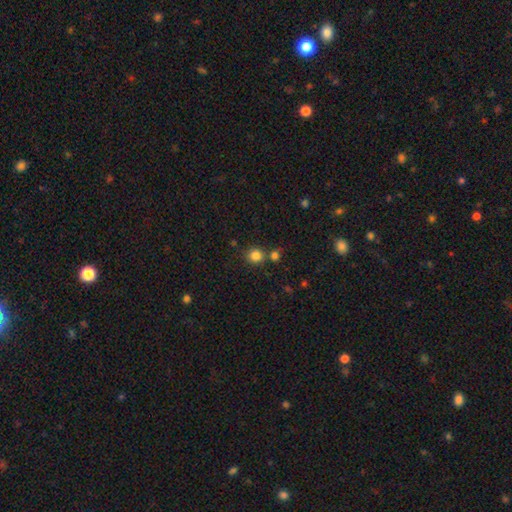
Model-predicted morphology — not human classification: Smooth or featured?
  - smooth: 83% *
  - star or artifact: 12%
  - featured or disk: 5%
How rounded?
  - round: 87% *
  - in between: 12%
  - cigar-shaped: 1%
Merging?
  - none: 72% *
  - merger: 17%
  - minor disturbance: 8%
  - major disturbance: 3%